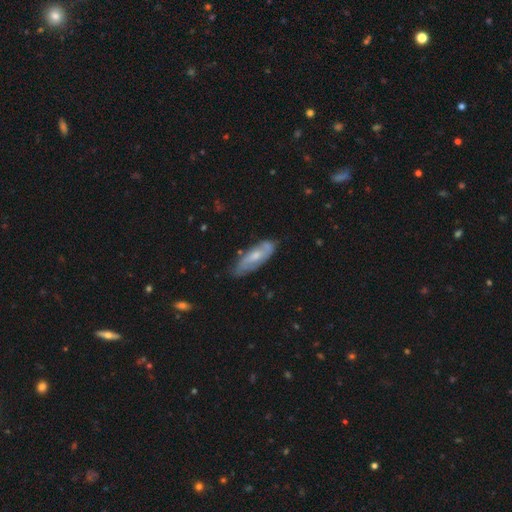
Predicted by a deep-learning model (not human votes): Smooth or featured? featured or disk (57%)
Edge-on disk? no (78%)
Merging? none (71%)